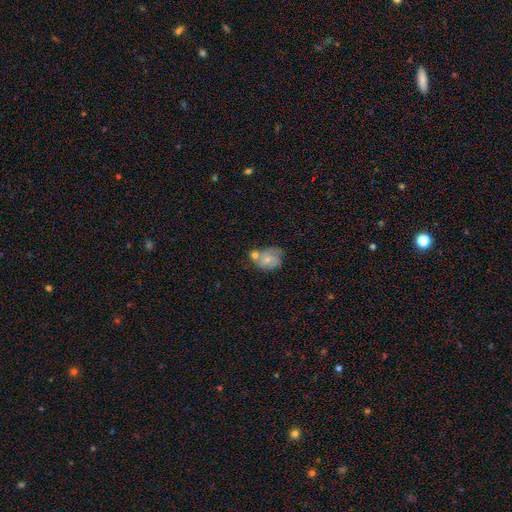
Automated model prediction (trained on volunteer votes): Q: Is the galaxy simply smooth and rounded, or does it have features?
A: smooth — 41%.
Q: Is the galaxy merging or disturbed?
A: none — 57%.